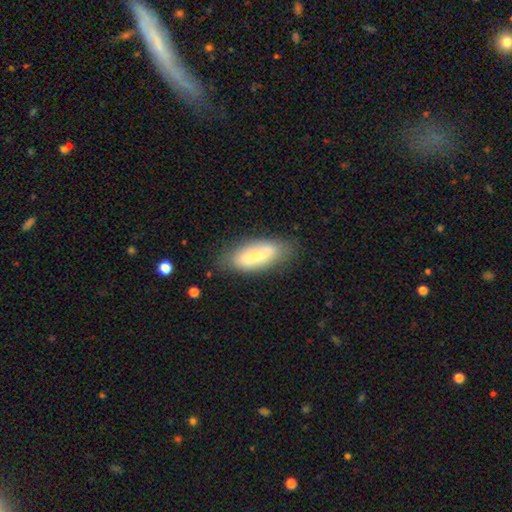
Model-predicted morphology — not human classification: Smooth or featured?
  - smooth: 61% *
  - featured or disk: 32%
  - star or artifact: 7%
How rounded?
  - in between: 70% *
  - cigar-shaped: 27%
  - round: 2%
Merging?
  - none: 74% *
  - minor disturbance: 19%
  - major disturbance: 5%
  - merger: 3%